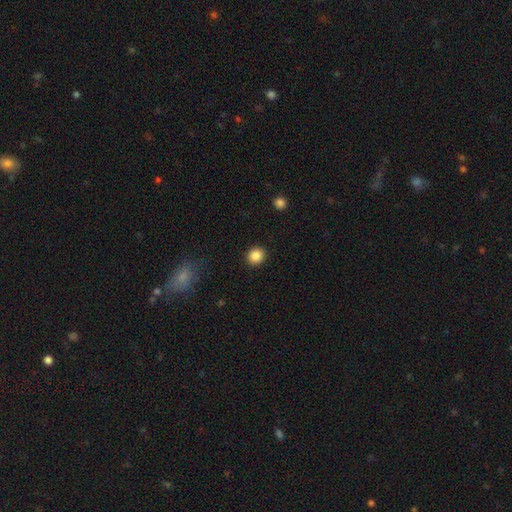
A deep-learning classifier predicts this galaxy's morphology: Smooth or featured?
  - smooth: 87% *
  - star or artifact: 10%
  - featured or disk: 3%
How rounded?
  - round: 83% *
  - in between: 16%
  - cigar-shaped: 1%
Merging?
  - none: 91% *
  - minor disturbance: 6%
  - major disturbance: 2%
  - merger: 1%